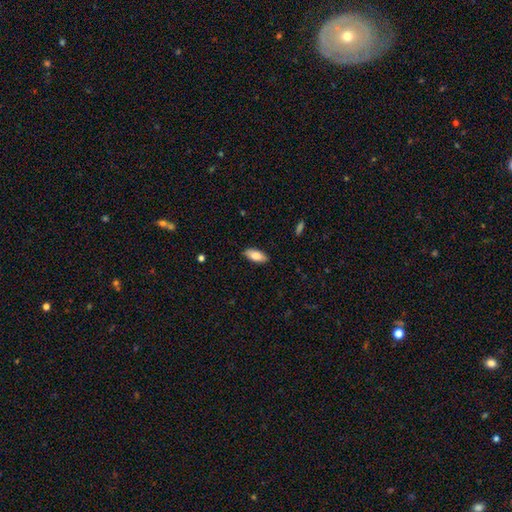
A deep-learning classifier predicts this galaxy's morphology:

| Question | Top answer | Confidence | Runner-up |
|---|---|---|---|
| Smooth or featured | smooth | 81% | featured or disk (13%) |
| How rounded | in between | 85% | cigar-shaped (13%) |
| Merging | none | 87% | minor disturbance (10%) |